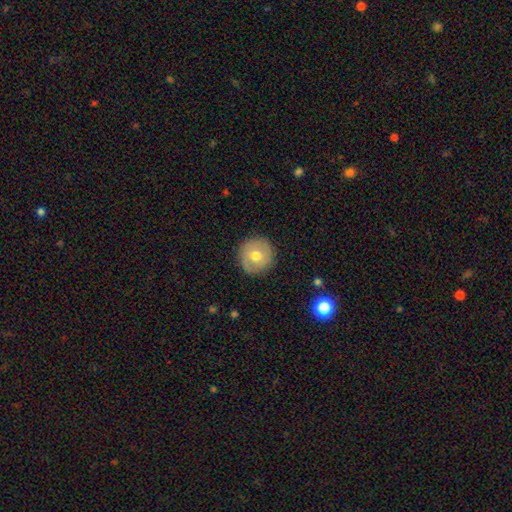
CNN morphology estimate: This appears to be a smooth galaxy with no disk features (63%) that is round (94%). Merging: none (88%).